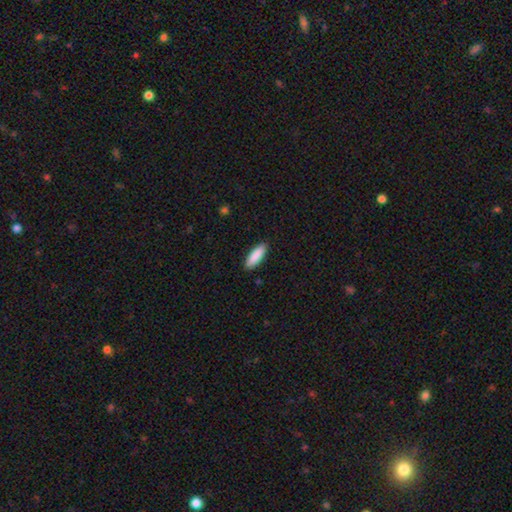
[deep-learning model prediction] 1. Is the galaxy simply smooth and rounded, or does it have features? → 89% smooth, 6% featured or disk, 5% star or artifact.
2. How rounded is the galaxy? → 50% cigar-shaped, 49% in between, 1% round.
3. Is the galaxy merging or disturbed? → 90% none, 7% minor disturbance, 2% major disturbance, 1% merger.